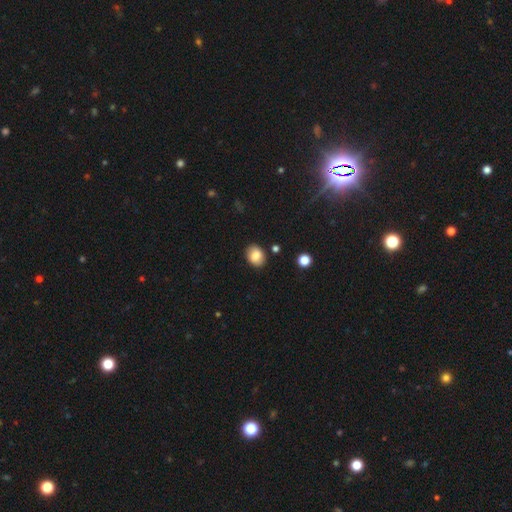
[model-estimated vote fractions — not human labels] A smooth galaxy with no disk features (83%) that is in between round and cigar-shaped (56%). Merging: none (86%).